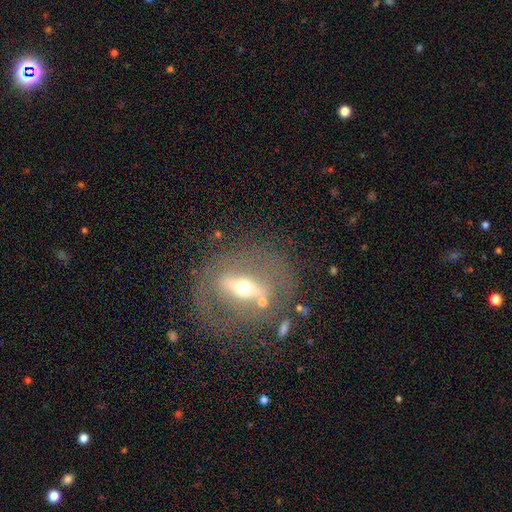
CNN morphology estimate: This appears to be a featured or disk galaxy (71%) with a strong bar (53%), no spiral arms (65%) and a moderate central bulge (62%). Merging: none (67%).